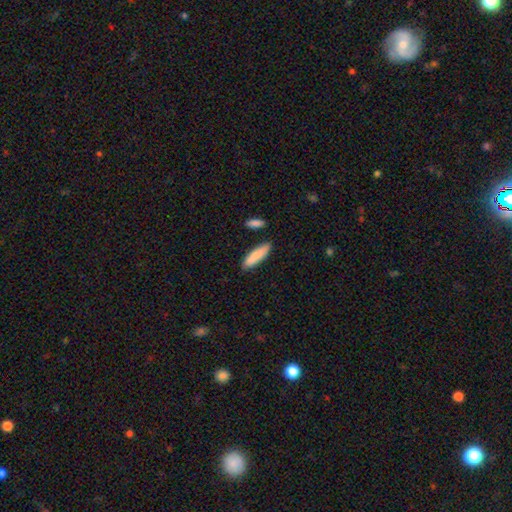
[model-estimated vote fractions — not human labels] This is clearly a smooth galaxy (85%). How rounded: likely cigar-shaped (64%). Merging: clearly none (82%).